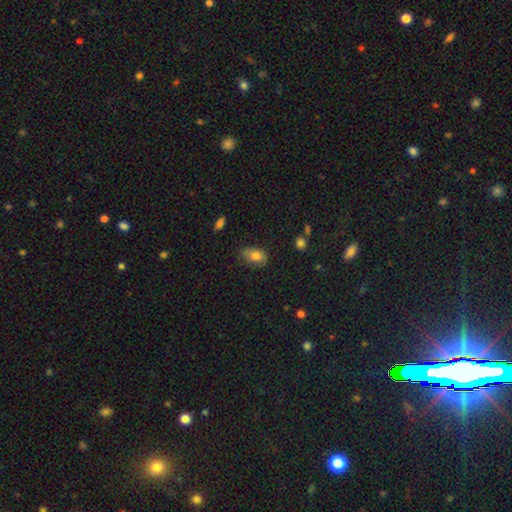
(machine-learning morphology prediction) type=smooth (78%); roundness=in between (87%); merging=none (70%).